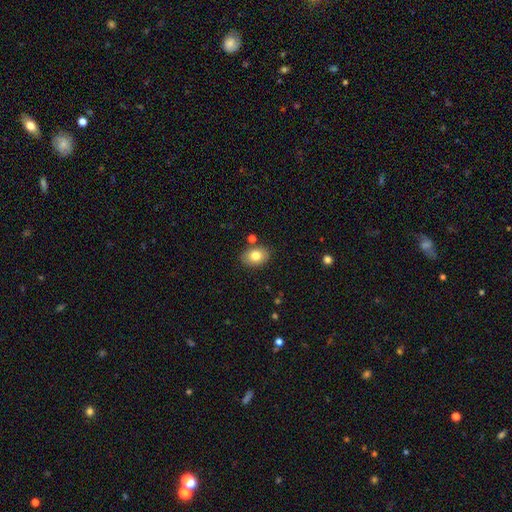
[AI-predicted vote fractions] A smooth galaxy with no disk features (80%) that is in between round and cigar-shaped (77%).

Vote fractions:
- Smooth or featured? smooth: 80% / featured or disk: 12% / star or artifact: 8%
- How rounded? in between: 77% / round: 22% / cigar-shaped: 1%
- Merging? none: 82% / minor disturbance: 11% / merger: 5% / major disturbance: 2%